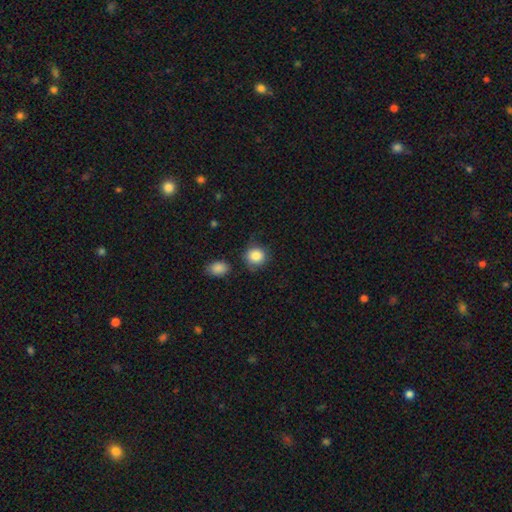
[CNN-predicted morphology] Smooth or featured?
  - smooth: 87% *
  - star or artifact: 8%
  - featured or disk: 5%
How rounded?
  - round: 87% *
  - in between: 12%
  - cigar-shaped: 1%
Merging?
  - none: 75% *
  - minor disturbance: 16%
  - merger: 5%
  - major disturbance: 5%